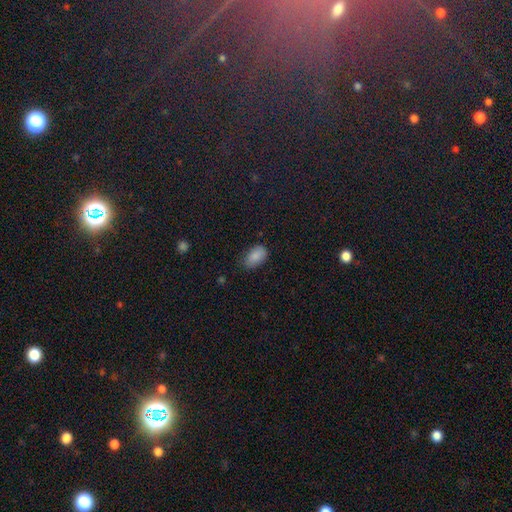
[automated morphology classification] Smooth or featured?
  - smooth: 87% *
  - star or artifact: 8%
  - featured or disk: 5%
How rounded?
  - in between: 93% *
  - round: 5%
  - cigar-shaped: 2%
Merging?
  - none: 70% *
  - minor disturbance: 24%
  - major disturbance: 4%
  - merger: 1%